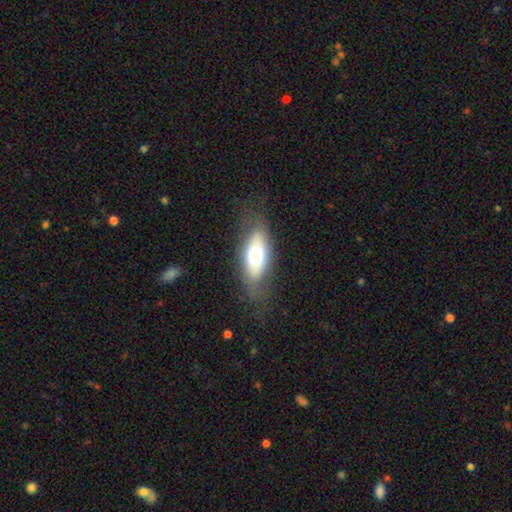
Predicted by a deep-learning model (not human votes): Smooth or featured? smooth (56%)
How rounded? in between (80%)
Merging? none (73%)